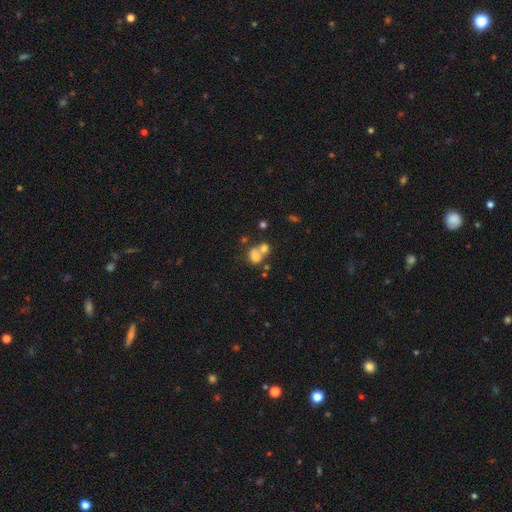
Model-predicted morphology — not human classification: A smooth galaxy with no disk features (69%) that is round (54%). Merging: merger (59%).